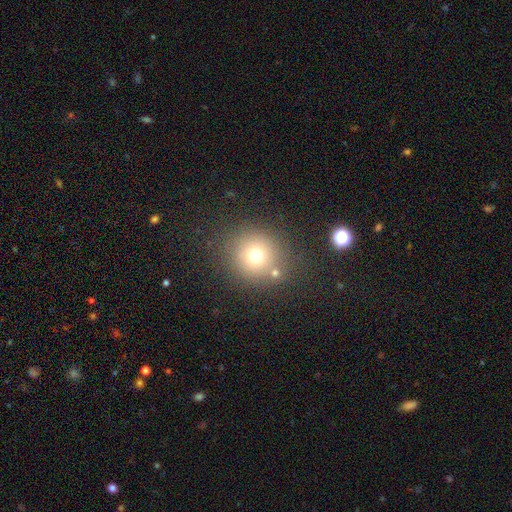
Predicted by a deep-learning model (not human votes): A smooth galaxy with no disk features (70%) that is round (91%). Merging: none (78%).